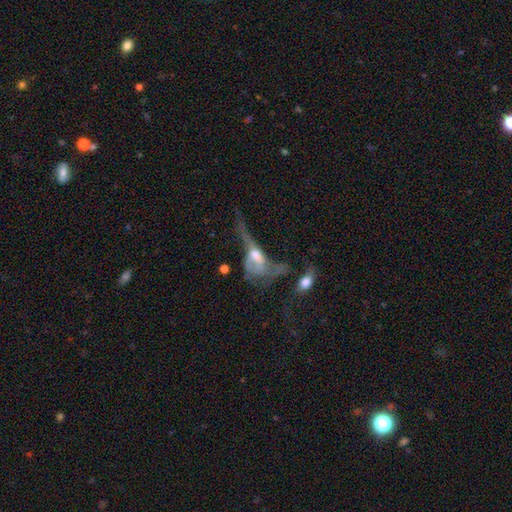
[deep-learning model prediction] A featured or disk galaxy (58%). Merging: major disturbance (45%).